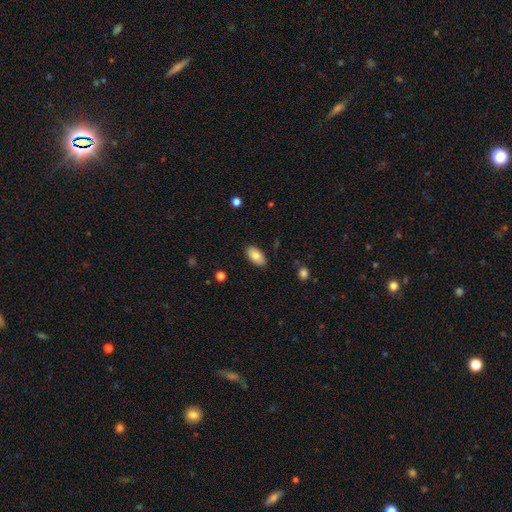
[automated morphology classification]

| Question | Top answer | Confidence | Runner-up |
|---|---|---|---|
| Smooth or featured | smooth | 81% | featured or disk (13%) |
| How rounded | in between | 95% | round (3%) |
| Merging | none | 87% | minor disturbance (9%) |